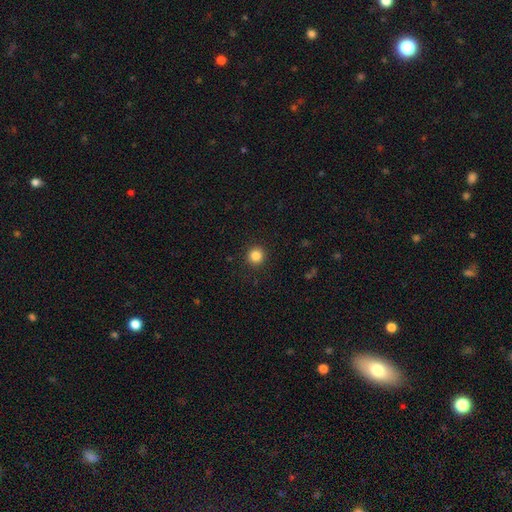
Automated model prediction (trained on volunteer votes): The model was most divided on "smooth or featured": smooth: 85%, star or artifact: 11%, featured or disk: 4%. More confident: how rounded — round (94%); merging — none (92%).